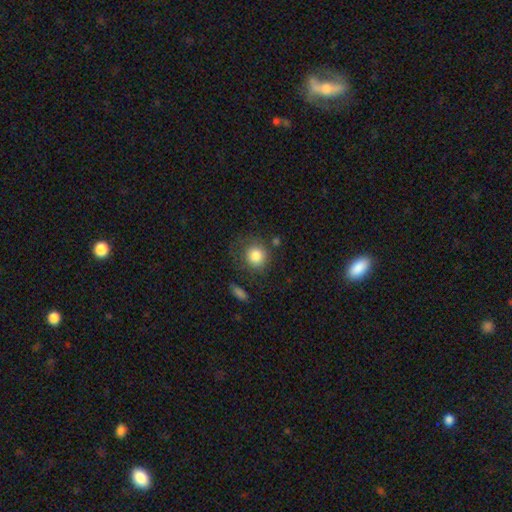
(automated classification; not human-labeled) Smooth or featured? Predicted: smooth (p=0.84). How rounded? Predicted: round (p=0.86). Merging? Predicted: none (p=0.68).